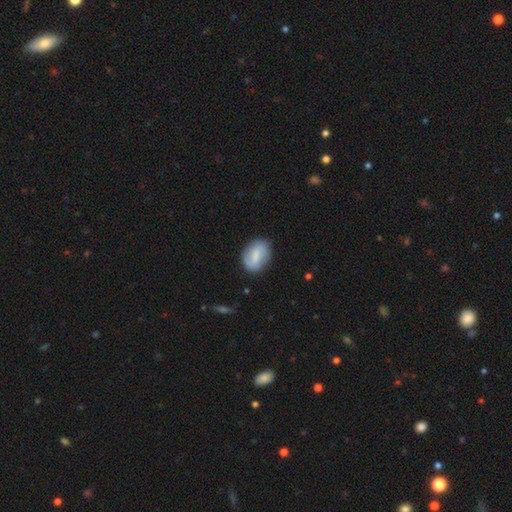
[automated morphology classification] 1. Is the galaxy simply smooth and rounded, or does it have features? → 61% smooth, 32% featured or disk, 7% star or artifact.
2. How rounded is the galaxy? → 71% in between, 27% round, 2% cigar-shaped.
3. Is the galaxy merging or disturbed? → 77% none, 17% minor disturbance, 5% major disturbance, 2% merger.